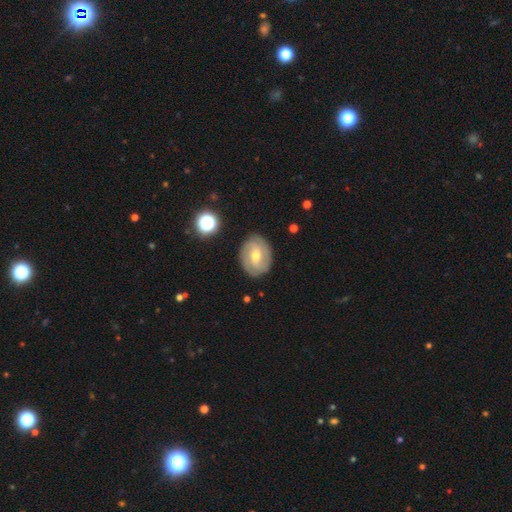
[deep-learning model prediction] Q: Smooth or featured?
A: featured or disk (64%); runner-up: smooth (27%)
Q: Edge-on disk?
A: no (96%); runner-up: yes (4%)
Q: Bar?
A: weak (48%); runner-up: no (36%)
Q: Spiral arms?
A: yes (81%); runner-up: no (19%)
Q: Bulge size?
A: moderate (57%); runner-up: small (39%)
Q: Merging?
A: none (83%); runner-up: minor disturbance (12%)